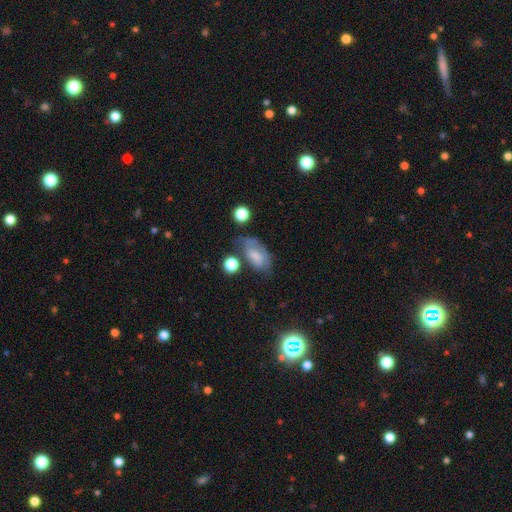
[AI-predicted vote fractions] Smooth or featured: smooth — 58% (featured or disk — 32%)
How rounded: in between — 88% (round — 8%)
Merging: none — 43% (minor disturbance — 31%)